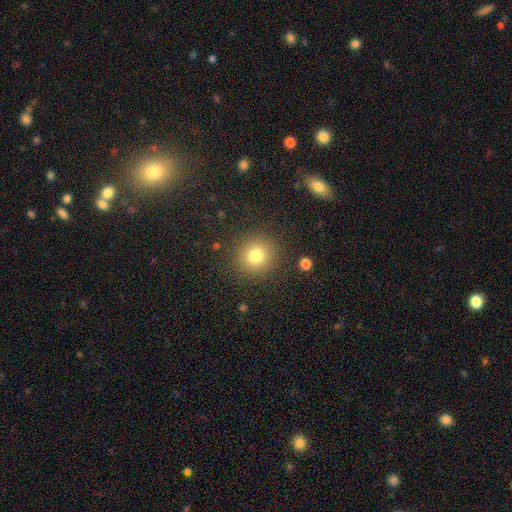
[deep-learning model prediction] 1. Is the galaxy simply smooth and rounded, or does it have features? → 78% smooth, 13% star or artifact, 9% featured or disk.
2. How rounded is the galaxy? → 92% round, 7% in between, 1% cigar-shaped.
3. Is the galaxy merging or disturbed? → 88% none, 7% minor disturbance, 3% major disturbance, 2% merger.